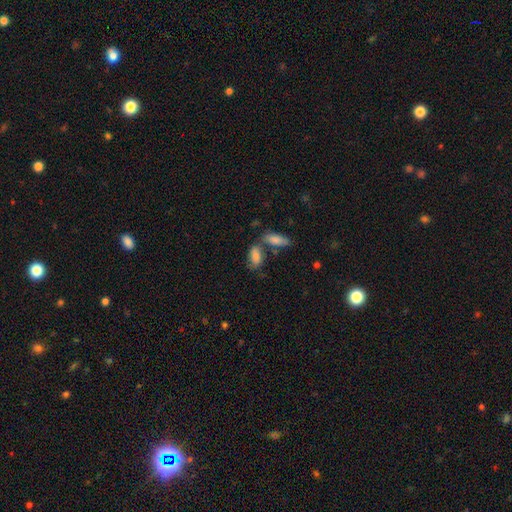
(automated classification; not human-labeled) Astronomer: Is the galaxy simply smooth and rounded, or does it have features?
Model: smooth — 76%.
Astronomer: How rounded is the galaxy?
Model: in between — 87%.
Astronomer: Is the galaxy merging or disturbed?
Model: none — 47% (runner-up: merger, 30%).